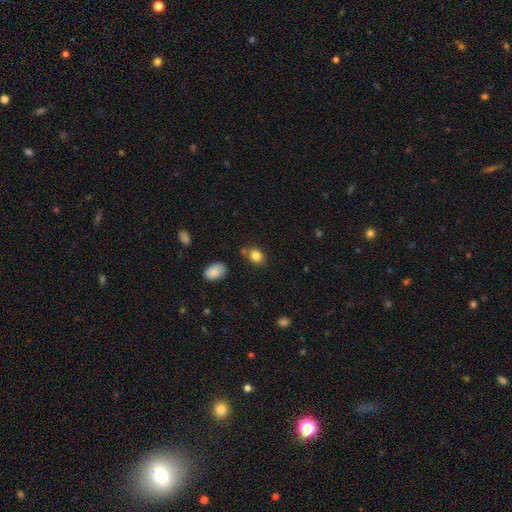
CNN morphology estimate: smooth_or_featured: smooth (p=0.84) [alt: star or artifact p=0.10]
how_rounded: in between (p=0.62) [alt: round p=0.37]
merging: none (p=0.75) [alt: minor disturbance p=0.14]